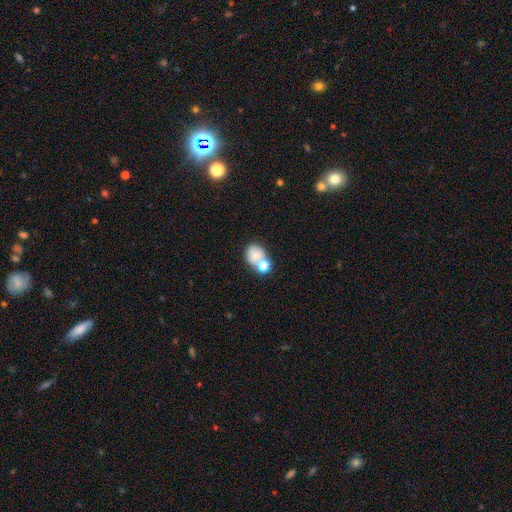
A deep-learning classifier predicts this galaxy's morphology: Smooth or featured: smooth — 70% (featured or disk — 18%)
How rounded: round — 61% (in between — 37%)
Merging: merger — 44% (none — 40%)